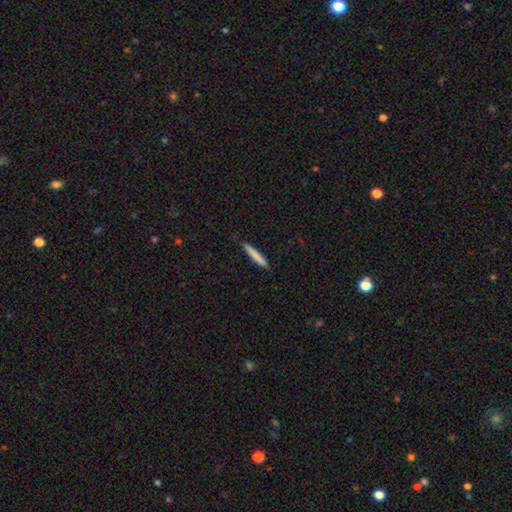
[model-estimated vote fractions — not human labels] Smooth or featured? smooth (79%)
How rounded? cigar-shaped (95%)
Merging? none (89%)